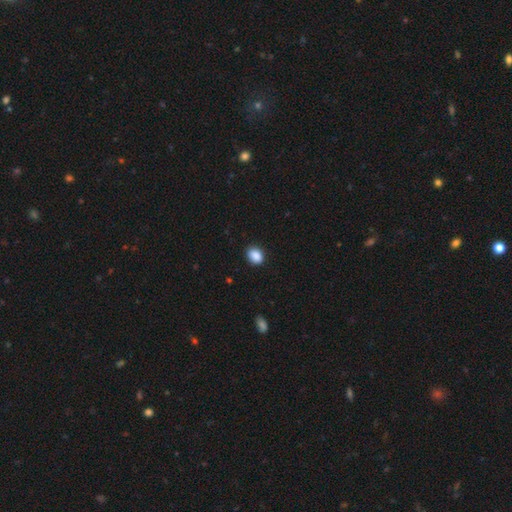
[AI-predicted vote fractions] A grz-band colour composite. It shows a smooth galaxy with no disk features (89%) that is in between round and cigar-shaped (64%). Merging: none (87%).